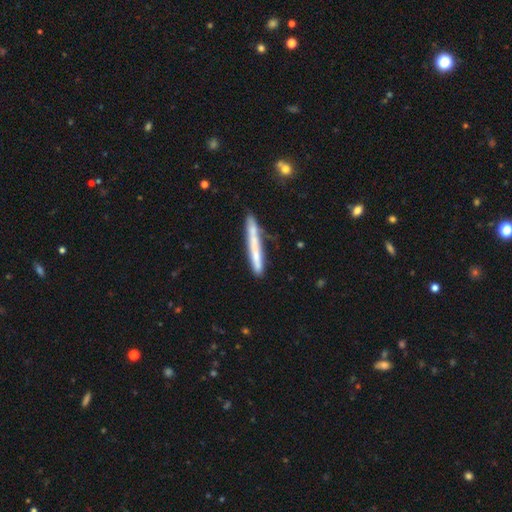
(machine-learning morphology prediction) A smooth galaxy with no disk features (63%) that is cigar-shaped (95%).

Vote fractions:
- Smooth or featured? smooth: 63% / featured or disk: 31% / star or artifact: 6%
- How rounded? cigar-shaped: 95% / in between: 4% / round: 2%
- Merging? none: 59% / minor disturbance: 20% / merger: 14% / major disturbance: 7%